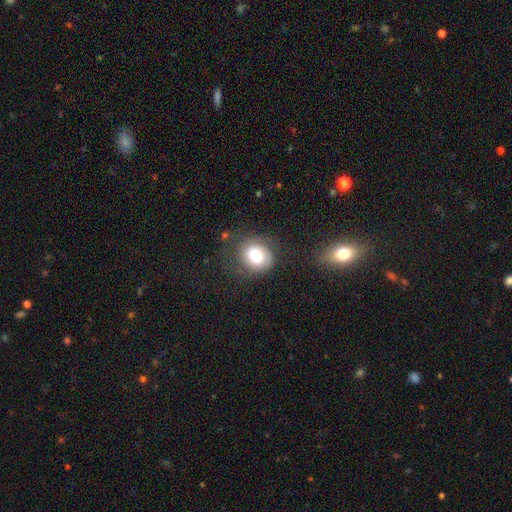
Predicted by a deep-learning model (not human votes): Smooth or featured? Predicted: smooth (p=0.72). How rounded? Predicted: round (p=0.64). Merging? Predicted: none (p=0.65).